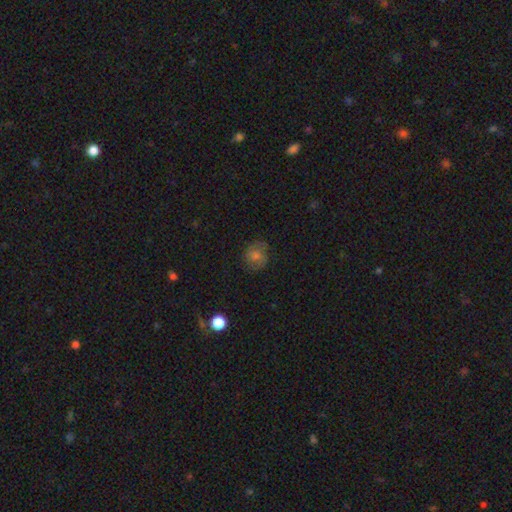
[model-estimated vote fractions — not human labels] Overall: smooth (61%; featured or disk 24%). How rounded: round (77%). Merging: none (73%).